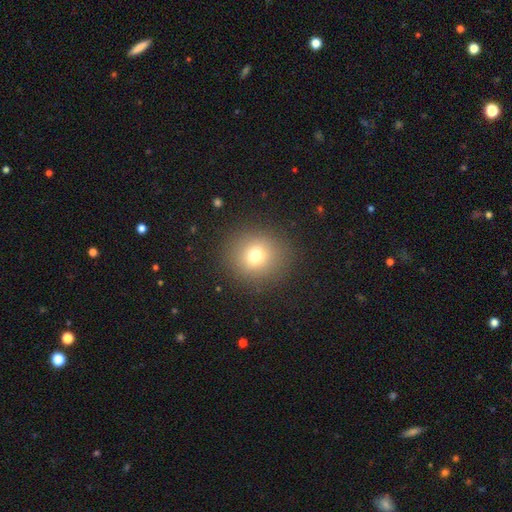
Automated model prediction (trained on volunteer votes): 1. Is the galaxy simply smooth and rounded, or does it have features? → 73% smooth, 16% star or artifact, 12% featured or disk.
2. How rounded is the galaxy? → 88% round, 11% in between, 1% cigar-shaped.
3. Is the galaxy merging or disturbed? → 88% none, 7% minor disturbance, 4% major disturbance, 1% merger.